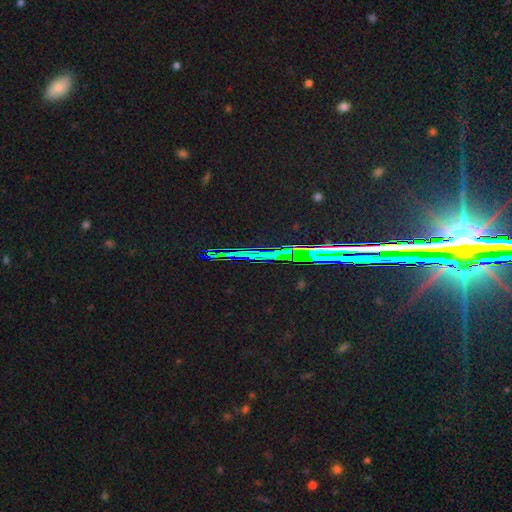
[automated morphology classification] This appears to be a star or artifact, not a galaxy (82%).